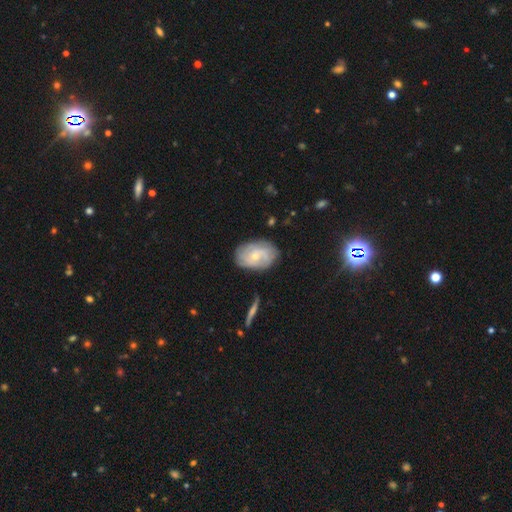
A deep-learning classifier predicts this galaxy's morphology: This appears to be a featured or disk galaxy (64%) with no bar (73%), tight (57%) spiral arms (84%) and a small central bulge (67%). Merging: none (77%).